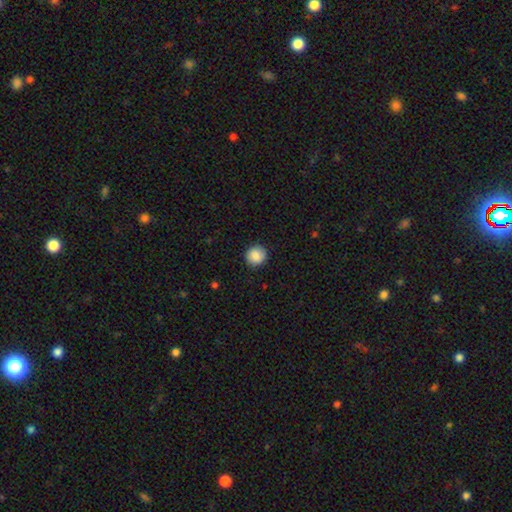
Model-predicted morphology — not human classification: Overall: smooth (89%). How rounded: round (93%). Merging: none (90%).